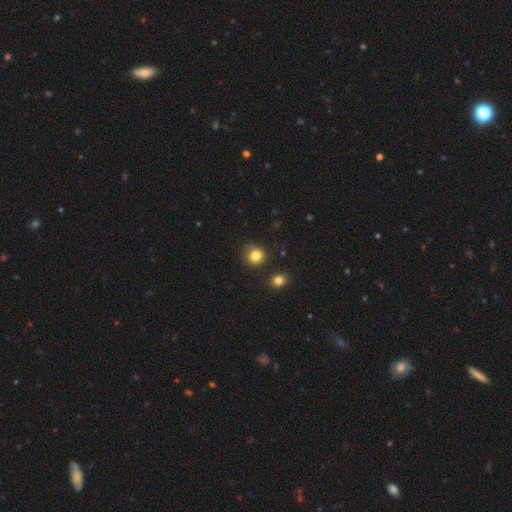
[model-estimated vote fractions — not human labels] This appears to be a smooth galaxy with no disk features (83%) that is round (86%). Merging: none (77%).